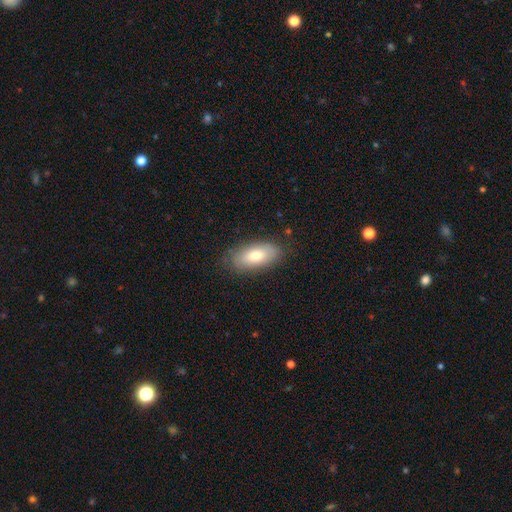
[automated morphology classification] Smooth or featured? smooth (71%)
How rounded? in between (89%)
Merging? none (82%)